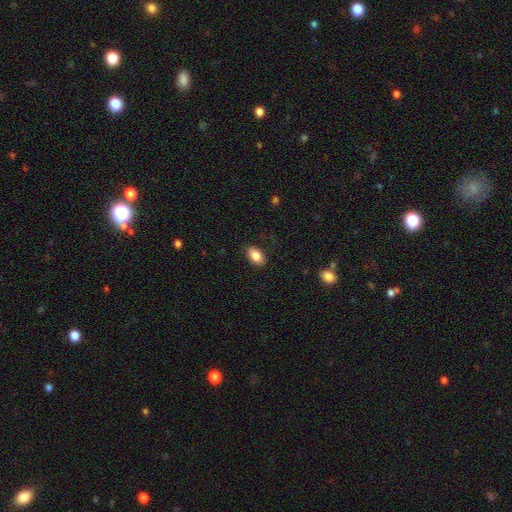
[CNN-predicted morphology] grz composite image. It shows a smooth galaxy with no disk features (85%) that is in between round and cigar-shaped (91%). Merging: none (85%).